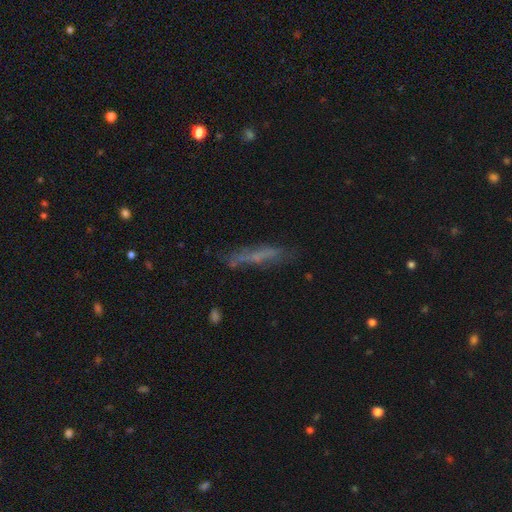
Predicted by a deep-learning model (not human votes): A smooth galaxy with no disk features (46%). Merging: none (72%).